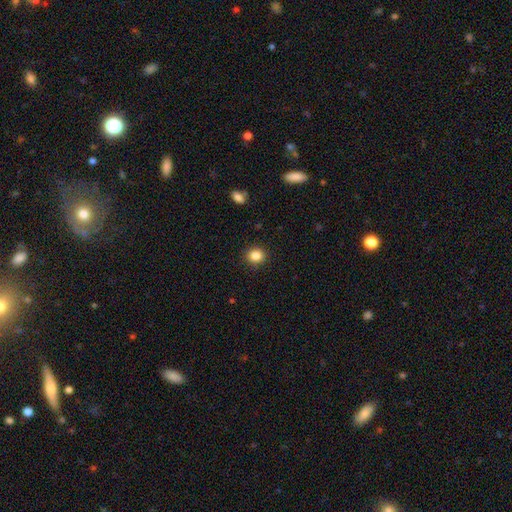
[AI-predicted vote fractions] A smooth galaxy with no disk features (85%) that is round (82%). Merging: none (91%).